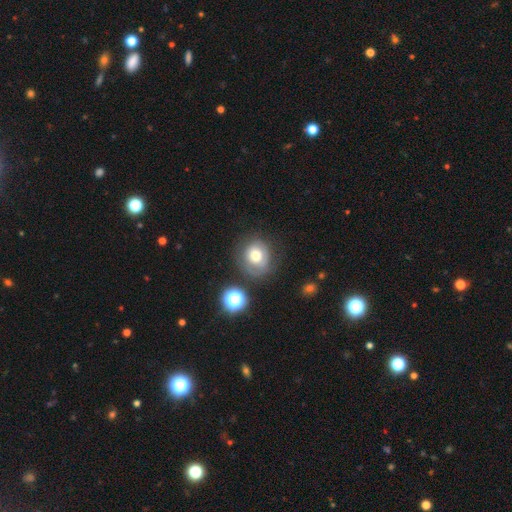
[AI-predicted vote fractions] Overall: smooth (68%). How rounded: round (79%). Merging: none (68%).